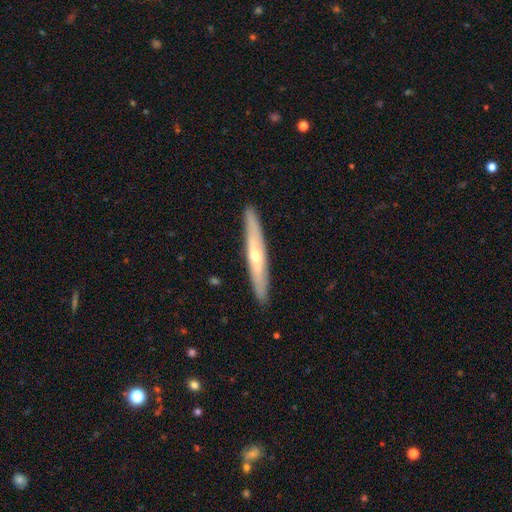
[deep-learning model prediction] A featured or disk galaxy (60%) viewed edge-on (89%) with a rounded central bulge (76%).

Vote fractions:
- Smooth or featured? featured or disk: 60% / smooth: 34% / star or artifact: 6%
- Edge-on disk? yes: 89% / no: 11%
- Edge-on bulge? rounded: 76% / none: 22% / boxy: 2%
- Merging? none: 91% / minor disturbance: 7% / major disturbance: 1% / merger: 1%